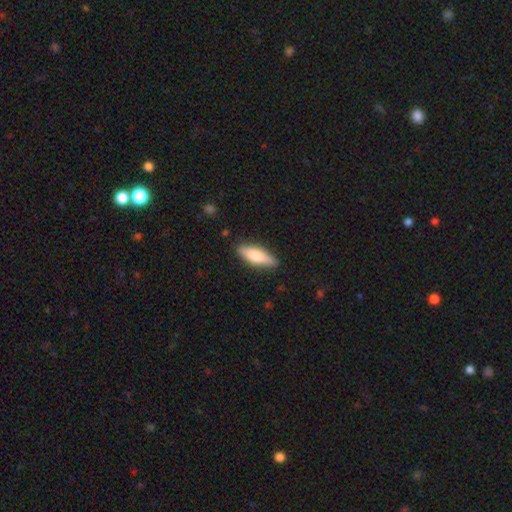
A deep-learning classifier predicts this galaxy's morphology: smooth 68%, featured or disk 26%, star or artifact 6%. Down the decision tree: how rounded — in between (51%); merging — none (84%).